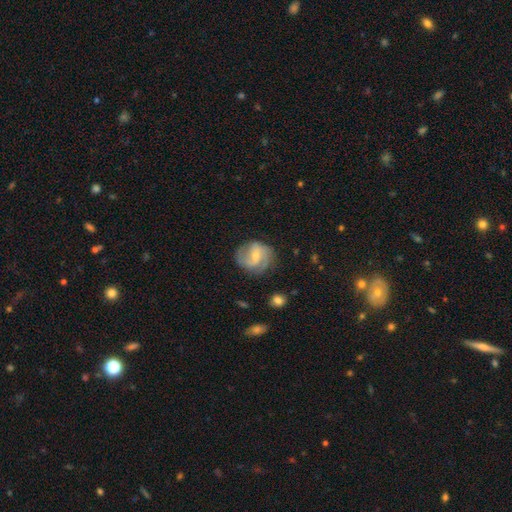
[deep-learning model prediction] A featured or disk galaxy (72%) with a weak bar (52%), 2 (60%) medium (47%) spiral arms (90%) and a small central bulge (59%). Merging: none (71%).